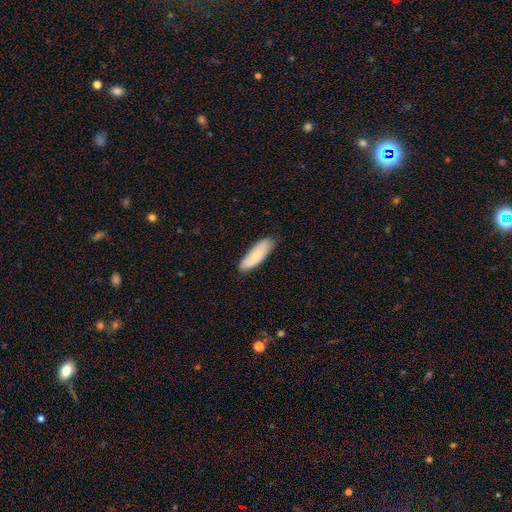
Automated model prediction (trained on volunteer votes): Smooth or featured? smooth (77%)
How rounded? in between (56%)
Merging? none (79%)